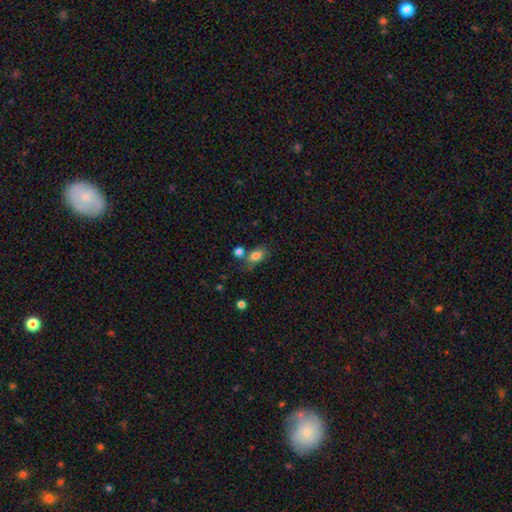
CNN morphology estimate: Smooth or featured?
  - smooth: 82% *
  - star or artifact: 10%
  - featured or disk: 8%
How rounded?
  - in between: 83% *
  - round: 15%
  - cigar-shaped: 3%
Merging?
  - none: 54% *
  - merger: 22%
  - minor disturbance: 18%
  - major disturbance: 6%